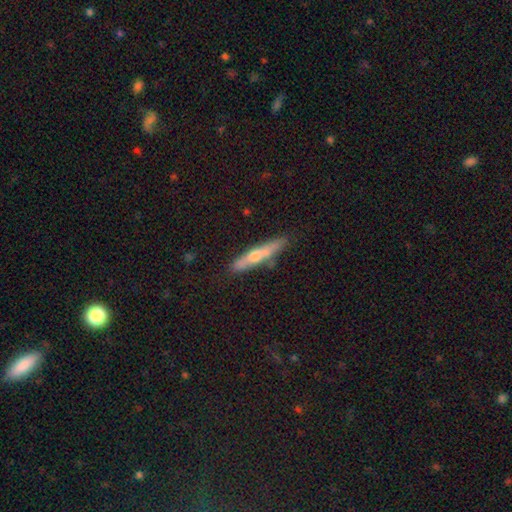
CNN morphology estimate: A featured or disk galaxy (52%) viewed edge-on (90%).

Vote fractions:
- Smooth or featured? featured or disk: 52% / smooth: 40% / star or artifact: 7%
- Edge-on disk? yes: 90% / no: 10%
- Merging? none: 79% / minor disturbance: 14% / merger: 4% / major disturbance: 3%